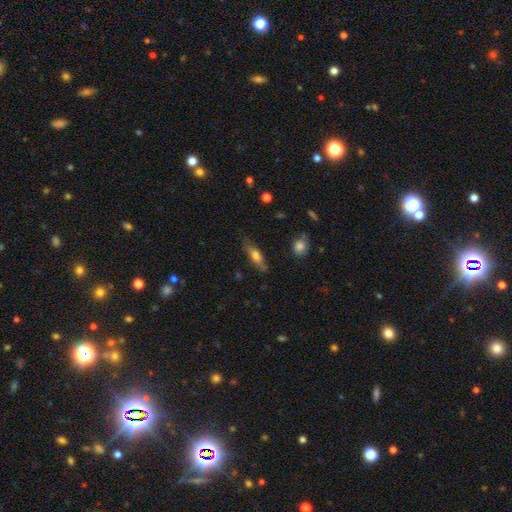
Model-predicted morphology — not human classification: type=smooth (63%); roundness=cigar-shaped (55%); merging=none (74%).